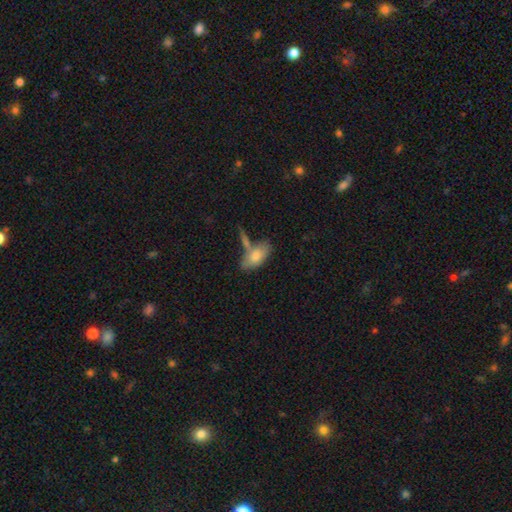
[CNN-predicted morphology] A smooth galaxy with no disk features (76%) that is in between round and cigar-shaped (89%). Merging: none (48%).